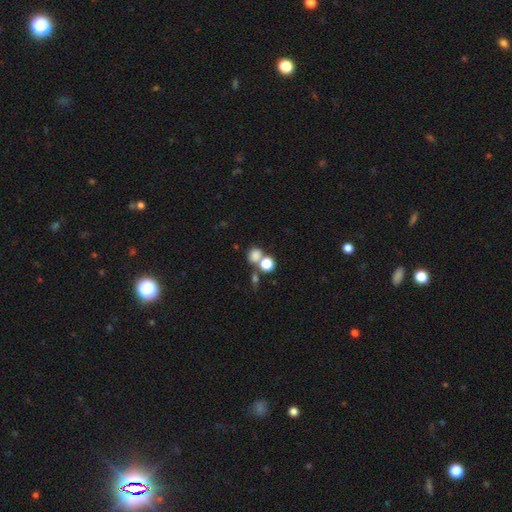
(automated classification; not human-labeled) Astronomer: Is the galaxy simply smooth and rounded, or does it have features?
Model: smooth — 77%.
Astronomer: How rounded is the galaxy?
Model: round — 67%.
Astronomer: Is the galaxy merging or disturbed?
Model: none — 45% (runner-up: merger, 40%).